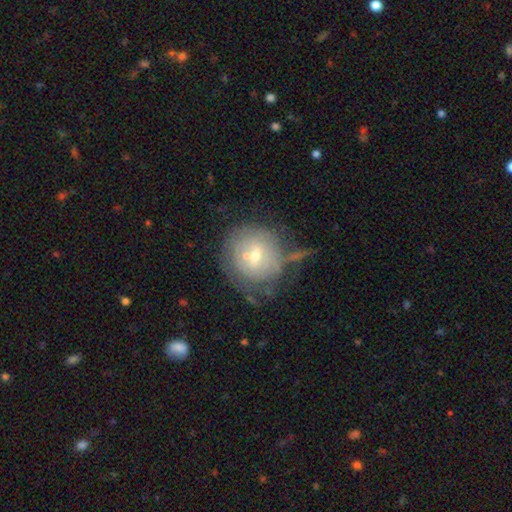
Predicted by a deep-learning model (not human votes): Smooth or featured?
  - featured or disk: 49% *
  - smooth: 42%
  - star or artifact: 9%
Merging?
  - none: 50% *
  - minor disturbance: 19%
  - merger: 19%
  - major disturbance: 12%